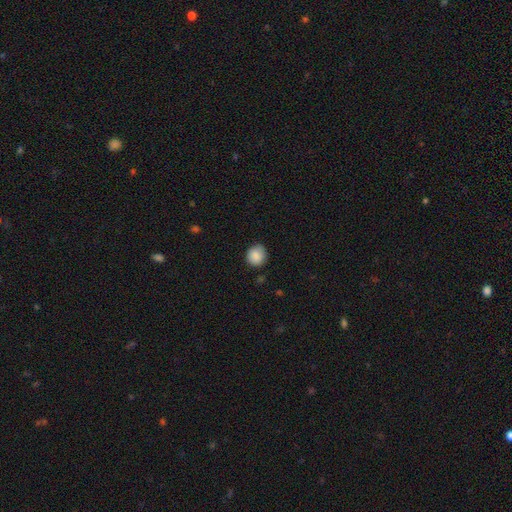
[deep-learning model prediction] Smooth or featured? smooth (87%)
How rounded? round (85%)
Merging? none (80%)